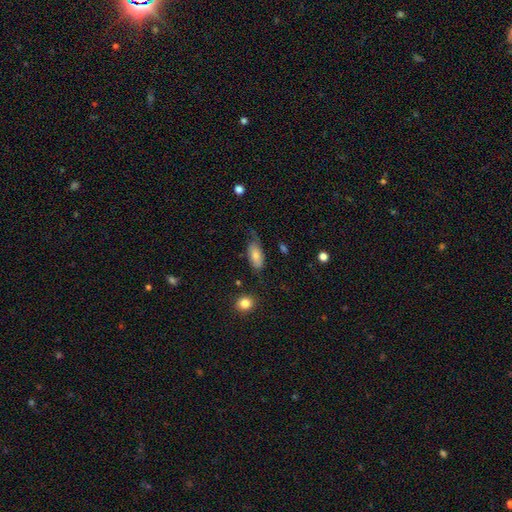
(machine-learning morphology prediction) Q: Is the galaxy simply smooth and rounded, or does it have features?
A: smooth — 72%.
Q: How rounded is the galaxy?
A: in between — 88%.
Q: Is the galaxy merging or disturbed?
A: none — 47%.